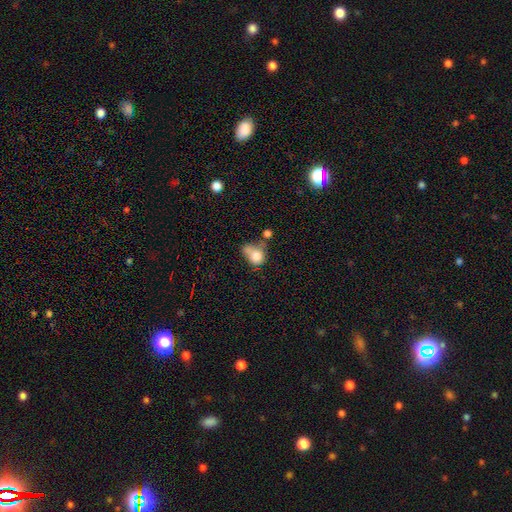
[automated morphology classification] A smooth galaxy with no disk features (76%) that is in between round and cigar-shaped (52%).

Vote fractions:
- Smooth or featured? smooth: 76% / featured or disk: 14% / star or artifact: 10%
- How rounded? in between: 52% / round: 47% / cigar-shaped: 2%
- Merging? merger: 37% / none: 22% / minor disturbance: 21% / major disturbance: 21%